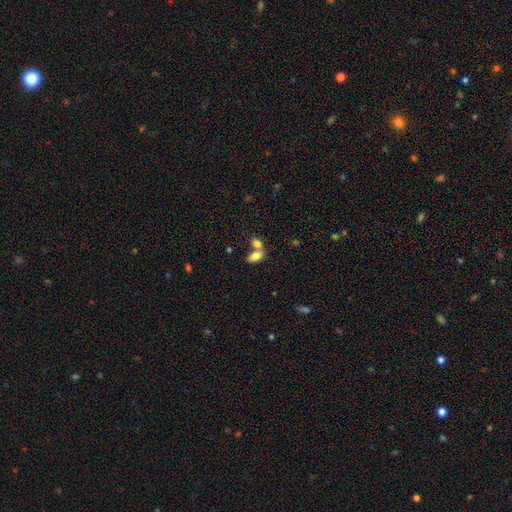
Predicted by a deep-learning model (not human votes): smooth-or-featured: smooth: 80% | featured or disk: 11% | star or artifact: 8%
  how-rounded: in between: 90% | round: 7% | cigar-shaped: 3%
  merging: merger: 54% | none: 34% | minor disturbance: 8% | major disturbance: 4%